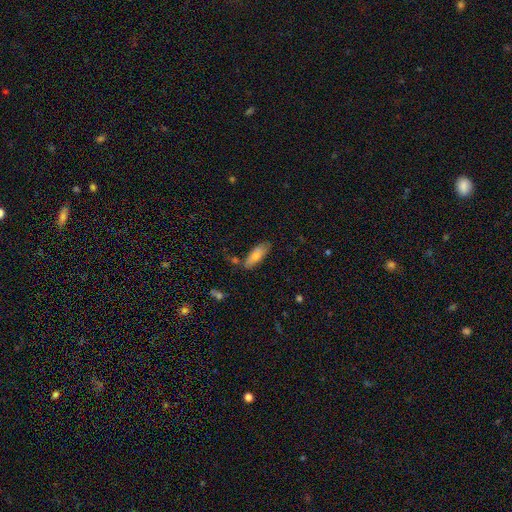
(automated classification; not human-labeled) smooth 74%, featured or disk 20%, star or artifact 7%. Down the decision tree: how rounded — in between (66%); merging — none (70%).